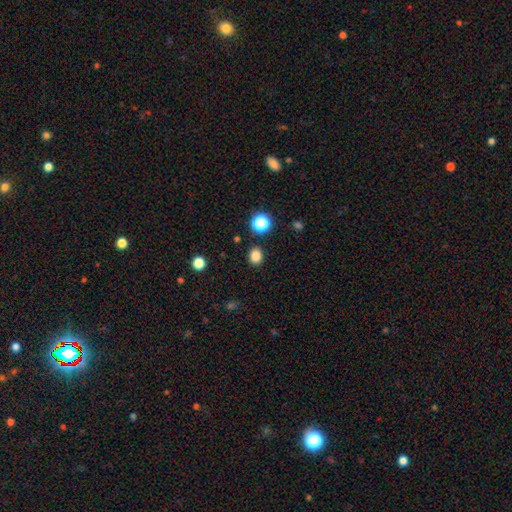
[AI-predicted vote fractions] smooth 83%, star or artifact 13%, featured or disk 3%. Down the decision tree: how rounded — round (64%); merging — none (88%).